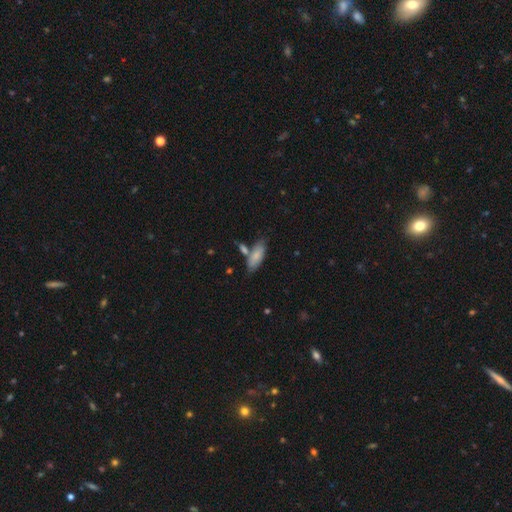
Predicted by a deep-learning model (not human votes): The model was most divided on "merging": none: 63%, minor disturbance: 17%, merger: 17%, major disturbance: 4%. More confident: smooth or featured — smooth (80%); how rounded — in between (73%).